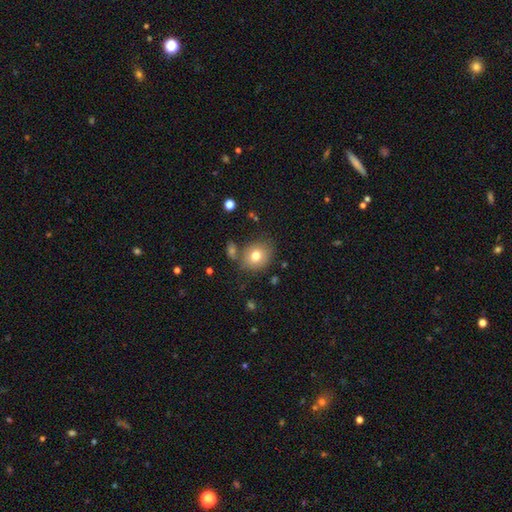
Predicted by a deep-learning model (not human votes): Morphology: type=smooth (75%); roundness=round (64%); merging=none (71%).